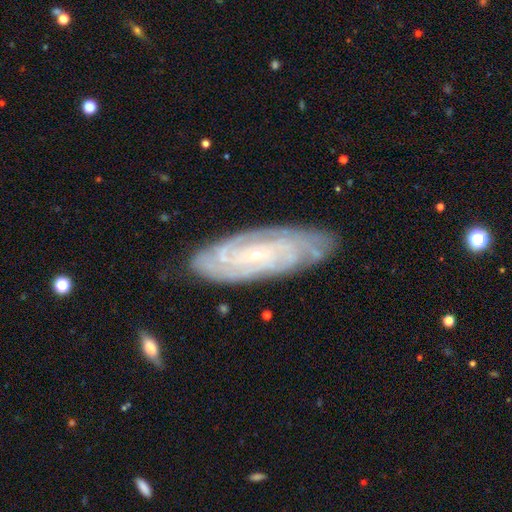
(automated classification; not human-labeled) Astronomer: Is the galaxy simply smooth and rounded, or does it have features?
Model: featured or disk — 87%.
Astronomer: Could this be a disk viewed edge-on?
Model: no — 91%.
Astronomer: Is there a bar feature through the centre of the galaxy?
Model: no — 64%.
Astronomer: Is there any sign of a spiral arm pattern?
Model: yes — 97%.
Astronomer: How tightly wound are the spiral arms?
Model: tight — 79%.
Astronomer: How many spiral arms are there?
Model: can't tell — 25% (runner-up: 4, 23%).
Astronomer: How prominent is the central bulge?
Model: small — 86%.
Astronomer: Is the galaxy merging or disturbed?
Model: none — 80%.